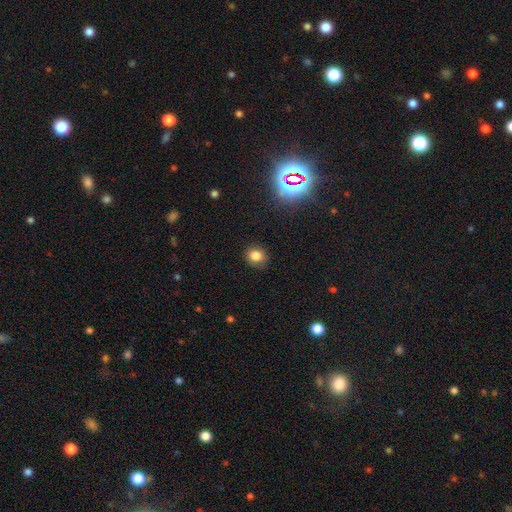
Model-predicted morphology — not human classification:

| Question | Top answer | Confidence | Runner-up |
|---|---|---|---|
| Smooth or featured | smooth | 80% | star or artifact (14%) |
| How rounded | round | 73% | in between (26%) |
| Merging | none | 83% | minor disturbance (13%) |